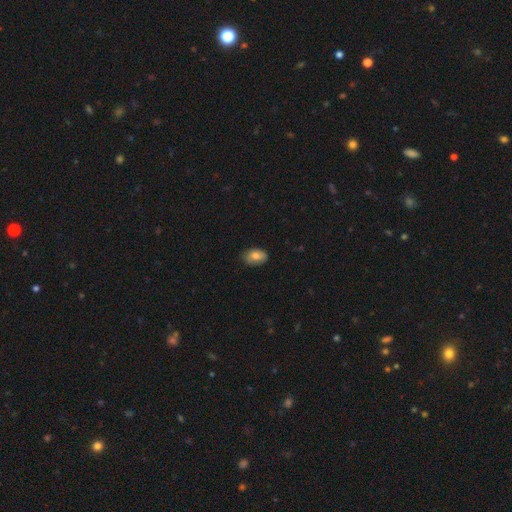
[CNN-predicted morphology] smooth-or-featured: smooth: 79% | featured or disk: 14% | star or artifact: 8%
  how-rounded: in between: 85% | round: 14% | cigar-shaped: 1%
  merging: none: 79% | minor disturbance: 17% | major disturbance: 3% | merger: 1%